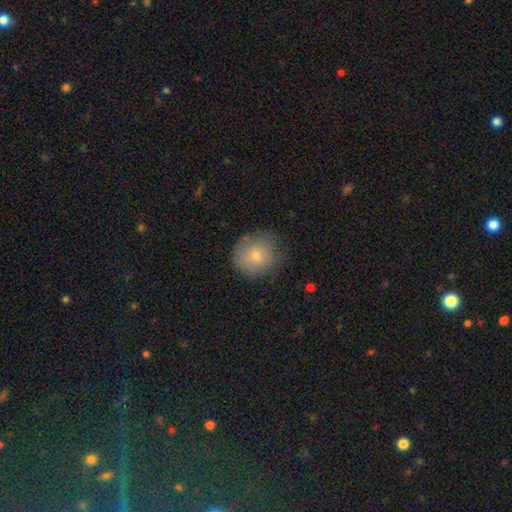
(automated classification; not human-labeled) Q: Smooth or featured?
A: smooth (72%); runner-up: featured or disk (18%)
Q: How rounded?
A: round (85%); runner-up: in between (14%)
Q: Merging?
A: none (77%); runner-up: minor disturbance (17%)